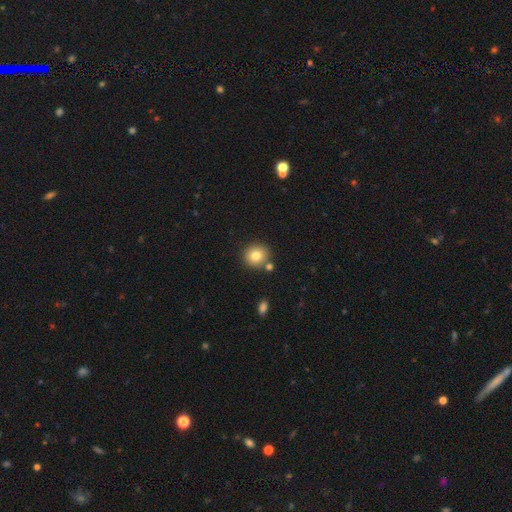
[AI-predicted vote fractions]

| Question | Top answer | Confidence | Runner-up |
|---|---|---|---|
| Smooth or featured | smooth | 80% | star or artifact (11%) |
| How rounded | round | 88% | in between (11%) |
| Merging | none | 79% | merger (10%) |